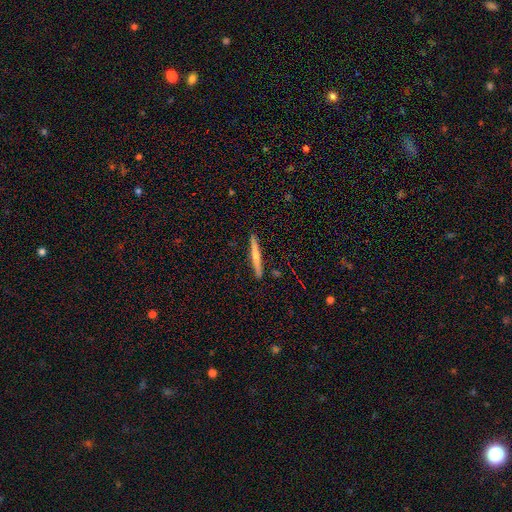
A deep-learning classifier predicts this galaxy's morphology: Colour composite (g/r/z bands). It shows a smooth galaxy with no disk features (53%) that is cigar-shaped (96%). Merging: none (91%).